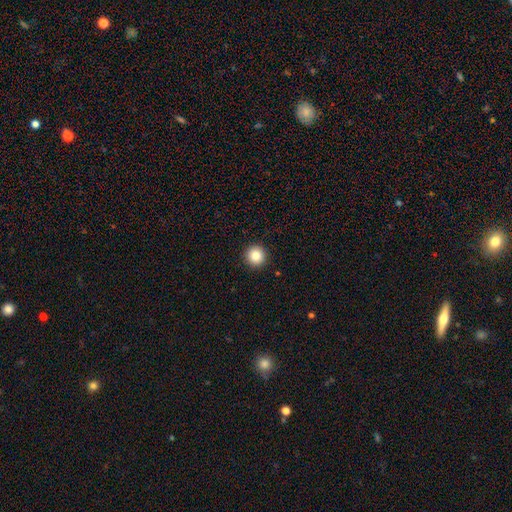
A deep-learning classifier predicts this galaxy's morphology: Overall: smooth (86%). How rounded: round (94%). Merging: none (93%).